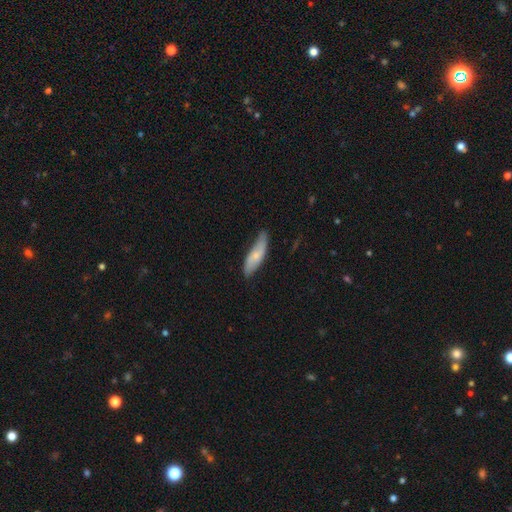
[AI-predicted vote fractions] Overall: smooth (57%; featured or disk 37%). How rounded: cigar-shaped (52%; in between 46%). Merging: none (67%; minor disturbance 27%).